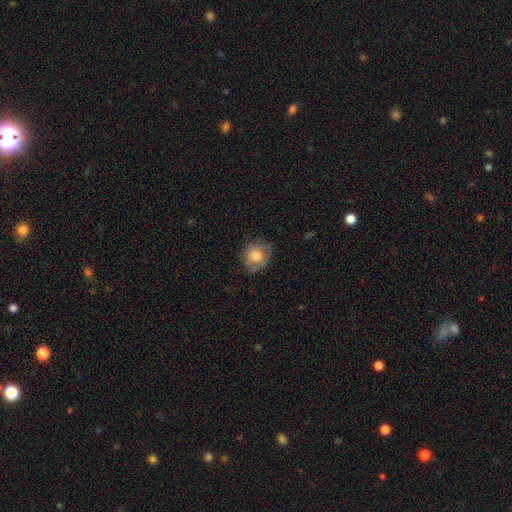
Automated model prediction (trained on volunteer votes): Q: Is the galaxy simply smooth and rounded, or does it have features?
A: smooth — 73%.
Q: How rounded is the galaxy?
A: round — 70%.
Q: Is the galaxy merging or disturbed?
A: none — 65%.